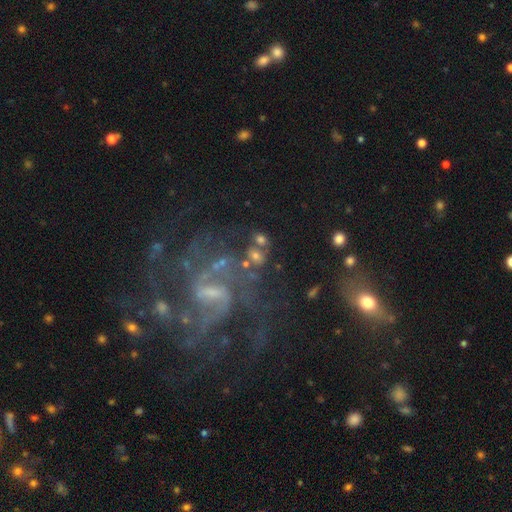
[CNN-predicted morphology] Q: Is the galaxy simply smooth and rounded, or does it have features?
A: featured or disk — 60%.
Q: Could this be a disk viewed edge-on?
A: no — 96%.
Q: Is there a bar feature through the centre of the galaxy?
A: weak — 41%.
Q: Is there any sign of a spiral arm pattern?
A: yes — 81%.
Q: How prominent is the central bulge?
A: small — 42%.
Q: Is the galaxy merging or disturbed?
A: none — 57%.